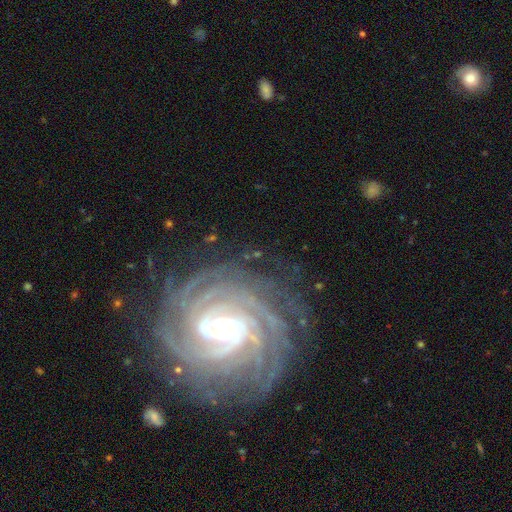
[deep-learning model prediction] Smooth or featured?
  - featured or disk: 90% *
  - star or artifact: 7%
  - smooth: 4%
Edge-on disk?
  - no: 98% *
  - yes: 2%
Bar?
  - no: 42% *
  - weak: 35%
  - strong: 23%
Spiral arms?
  - yes: 99% *
  - no: 1%
Spiral winding?
  - tight: 83% *
  - medium: 15%
  - loose: 2%
Spiral arm count?
  - more than 4: 25% *
  - 4: 24%
  - 3: 15%
  - can't tell: 15%
  - 2: 12%
  - 1: 8%
Bulge size?
  - small: 70% *
  - moderate: 23%
  - none: 3%
  - large: 3%
  - dominant: 1%
Merging?
  - none: 79% *
  - minor disturbance: 14%
  - major disturbance: 5%
  - merger: 2%